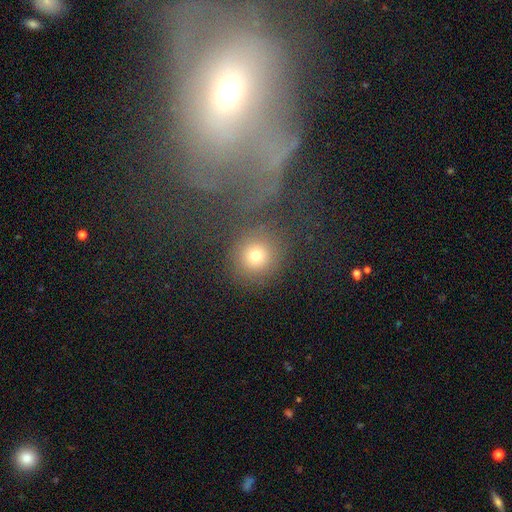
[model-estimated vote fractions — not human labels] smooth-or-featured: smooth: 72% | star or artifact: 17% | featured or disk: 11%
  how-rounded: round: 90% | in between: 9% | cigar-shaped: 1%
  merging: none: 75% | merger: 10% | minor disturbance: 9% | major disturbance: 6%